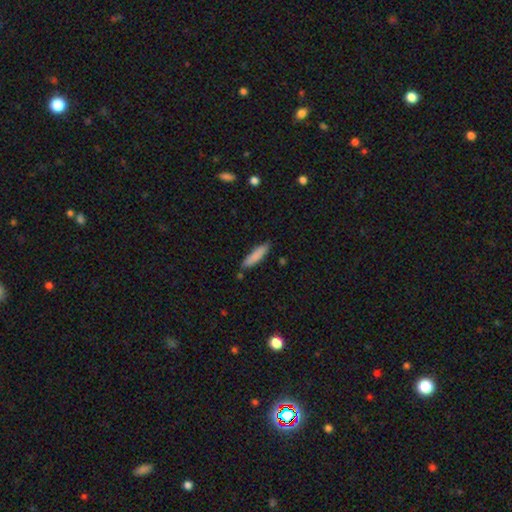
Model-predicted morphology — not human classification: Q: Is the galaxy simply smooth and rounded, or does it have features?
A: smooth — 83%.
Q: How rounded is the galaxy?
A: cigar-shaped — 80%.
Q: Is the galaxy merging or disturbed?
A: none — 81%.